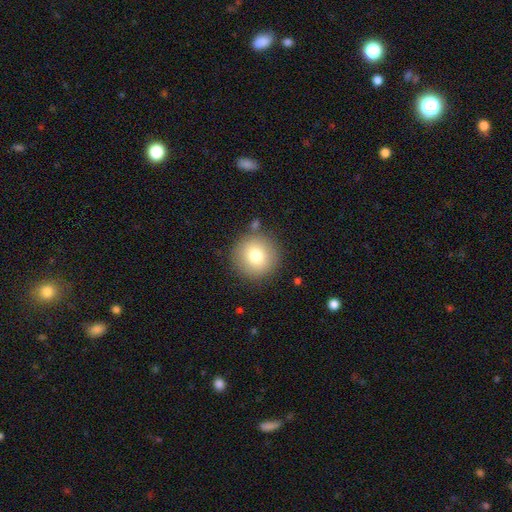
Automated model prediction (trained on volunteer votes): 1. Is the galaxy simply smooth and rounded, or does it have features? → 78% smooth, 12% featured or disk, 10% star or artifact.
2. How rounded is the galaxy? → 96% round, 3% in between, 1% cigar-shaped.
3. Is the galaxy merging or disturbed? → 86% none, 8% minor disturbance, 3% merger, 3% major disturbance.